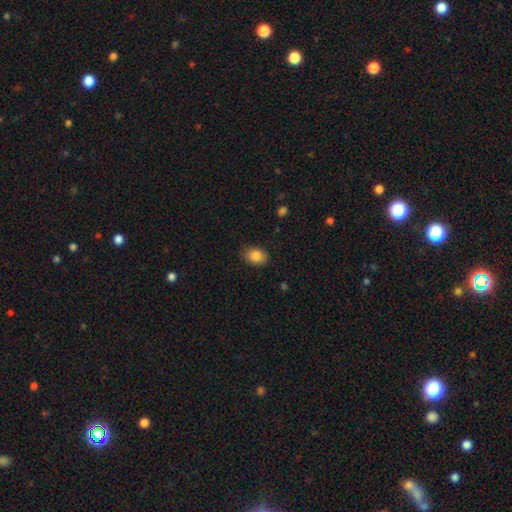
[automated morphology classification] Q: Smooth or featured?
A: smooth (85%); runner-up: star or artifact (8%)
Q: How rounded?
A: in between (79%); runner-up: round (20%)
Q: Merging?
A: none (85%); runner-up: minor disturbance (11%)